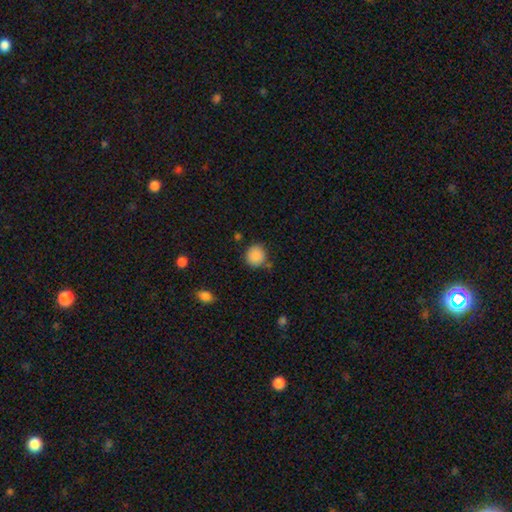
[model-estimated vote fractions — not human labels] The model was most divided on "merging": none: 77%, minor disturbance: 14%, merger: 5%, major disturbance: 4%. More confident: smooth or featured — smooth (88%); how rounded — round (87%).